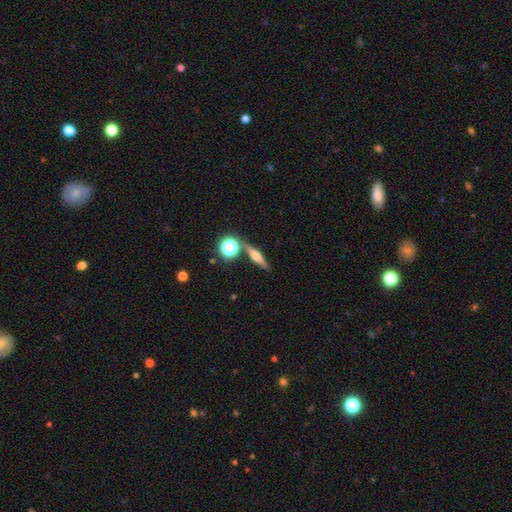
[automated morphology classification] smooth_or_featured: featured or disk (p=0.62) [alt: smooth p=0.27]
disk_edge_on: yes (p=0.94) [alt: no p=0.06]
edge_on_bulge: rounded (p=0.92) [alt: boxy p=0.06]
merging: none (p=0.80) [alt: minor disturbance p=0.09]